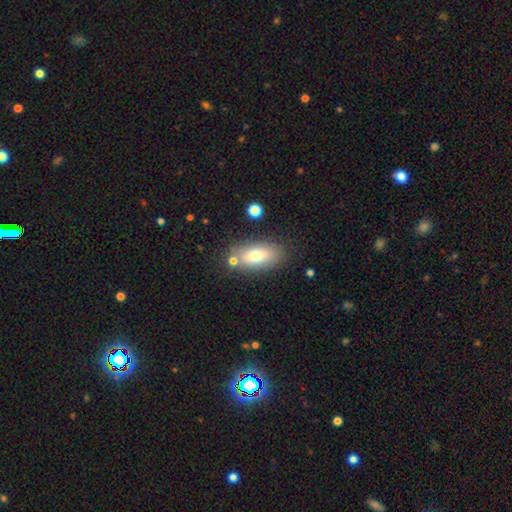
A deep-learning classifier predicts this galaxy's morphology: This appears to be a smooth galaxy with no disk features (71%) that is in between round and cigar-shaped (87%). Merging: none (74%).